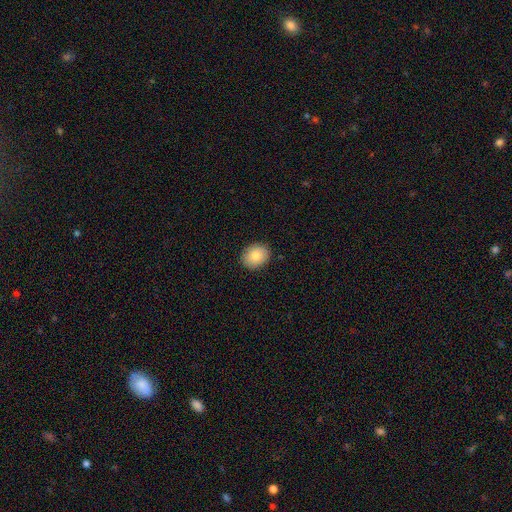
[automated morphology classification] smooth_or_featured: smooth (p=0.83) [alt: featured or disk p=0.10]
how_rounded: round (p=0.53) [alt: in between p=0.46]
merging: none (p=0.89) [alt: minor disturbance p=0.08]